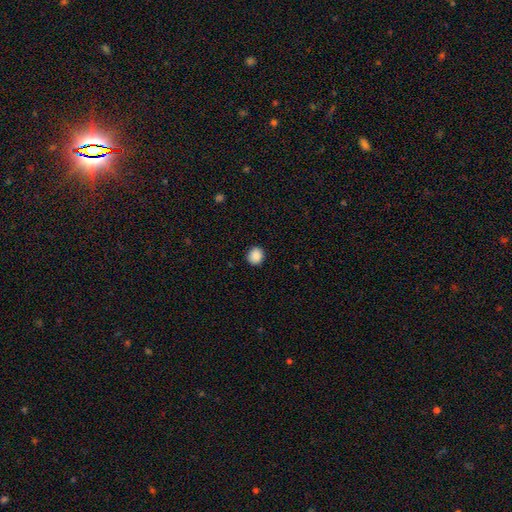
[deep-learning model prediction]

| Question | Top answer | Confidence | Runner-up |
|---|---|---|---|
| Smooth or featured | smooth | 89% | star or artifact (9%) |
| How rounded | round | 83% | in between (17%) |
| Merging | none | 90% | minor disturbance (7%) |